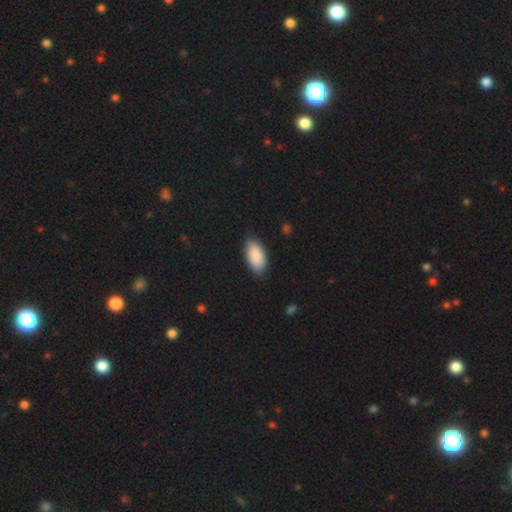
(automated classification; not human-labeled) Morphology: type=smooth (90%); roundness=in between (94%); merging=none (85%).